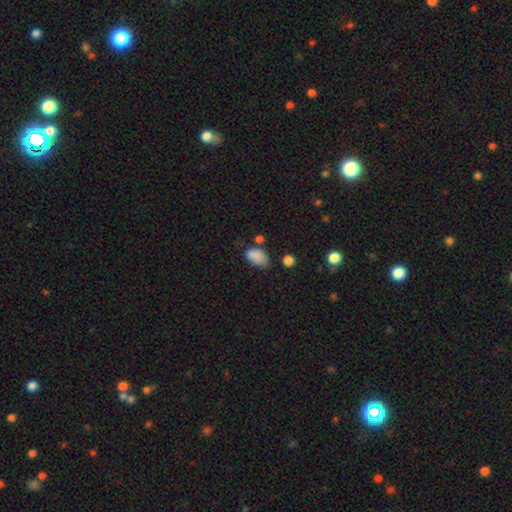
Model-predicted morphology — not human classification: smooth 84%, star or artifact 10%, featured or disk 6%. Down the decision tree: how rounded — in between (90%); merging — none (51%).